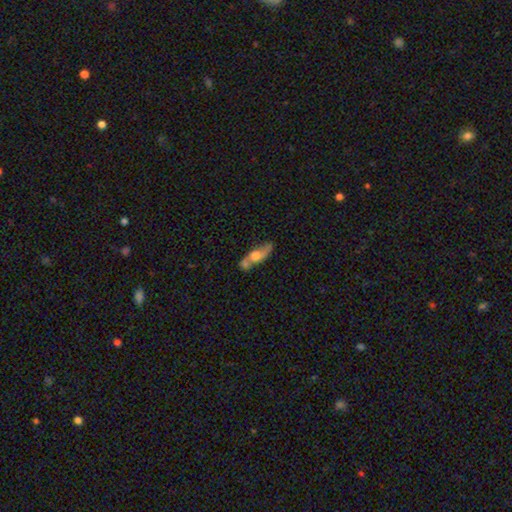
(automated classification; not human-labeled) smooth-or-featured: featured or disk: 51% | smooth: 41% | star or artifact: 8%
  disk-edge-on: no: 70% | yes: 30%
  merging: none: 38% | merger: 37% | minor disturbance: 17% | major disturbance: 9%